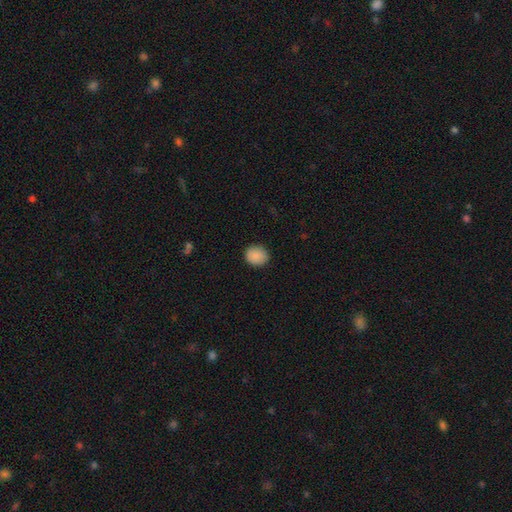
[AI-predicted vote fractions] Smooth or featured?
  - smooth: 89% *
  - star or artifact: 7%
  - featured or disk: 4%
How rounded?
  - round: 78% *
  - in between: 21%
  - cigar-shaped: 1%
Merging?
  - none: 87% *
  - minor disturbance: 9%
  - major disturbance: 2%
  - merger: 1%